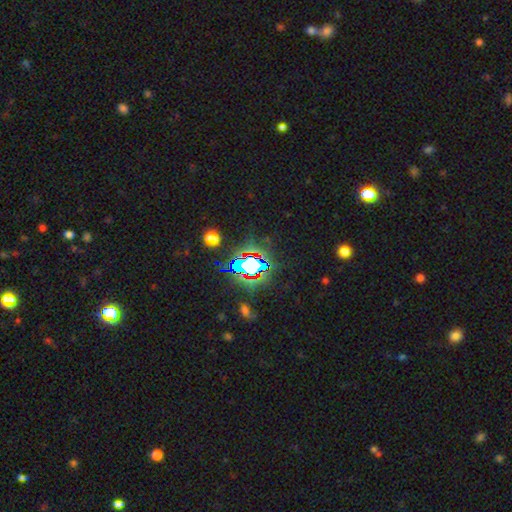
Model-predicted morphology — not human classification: A star or artifact, not a galaxy (79%).